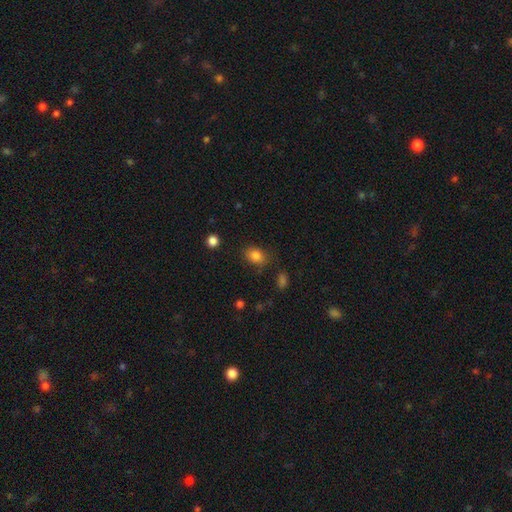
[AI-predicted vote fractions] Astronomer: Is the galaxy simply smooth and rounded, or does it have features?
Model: smooth — 84%.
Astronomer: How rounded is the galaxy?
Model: in between — 59% (runner-up: round, 40%).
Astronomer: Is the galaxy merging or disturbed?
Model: none — 77%.